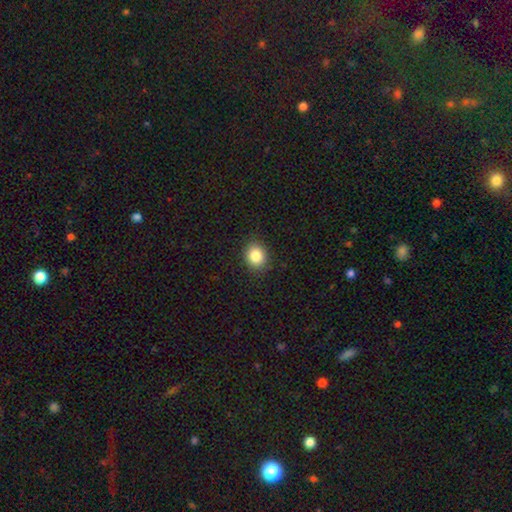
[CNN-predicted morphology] smooth-or-featured: smooth: 85% | star or artifact: 10% | featured or disk: 5%
  how-rounded: round: 66% | in between: 33% | cigar-shaped: 1%
  merging: none: 89% | minor disturbance: 8% | major disturbance: 2% | merger: 1%